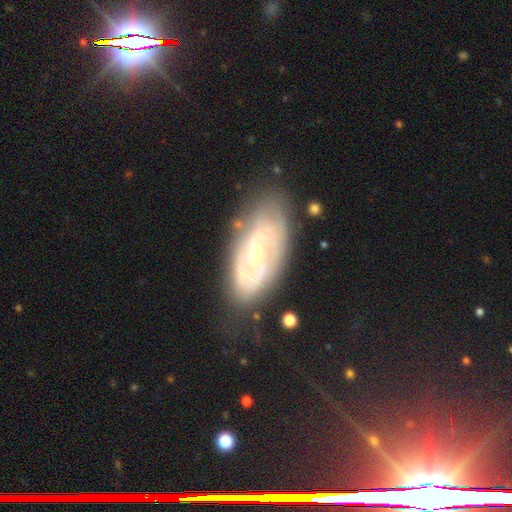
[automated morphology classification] Q: Smooth or featured?
A: featured or disk (79%); runner-up: smooth (14%)
Q: Edge-on disk?
A: no (94%); runner-up: yes (6%)
Q: Bar?
A: no (56%); runner-up: weak (36%)
Q: Spiral arms?
A: yes (89%); runner-up: no (11%)
Q: Spiral winding?
A: tight (62%); runner-up: medium (30%)
Q: Spiral arm count?
A: 2 (43%); runner-up: can't tell (36%)
Q: Bulge size?
A: small (64%); runner-up: moderate (32%)
Q: Merging?
A: none (72%); runner-up: minor disturbance (19%)